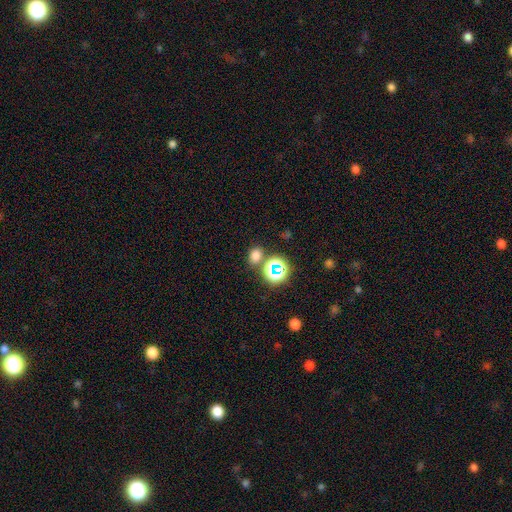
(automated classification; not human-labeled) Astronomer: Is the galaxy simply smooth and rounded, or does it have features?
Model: smooth — 68%.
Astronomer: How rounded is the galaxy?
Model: round — 50% (runner-up: in between, 48%).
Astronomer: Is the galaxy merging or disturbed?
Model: none — 74%.